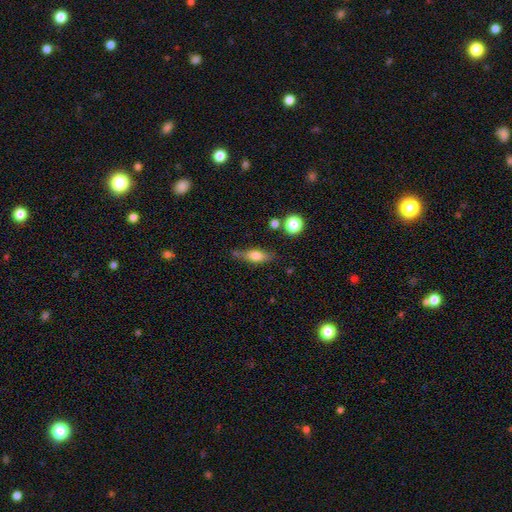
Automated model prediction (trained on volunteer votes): A smooth galaxy with no disk features (62%) that is in between round and cigar-shaped (57%). Merging: none (65%).